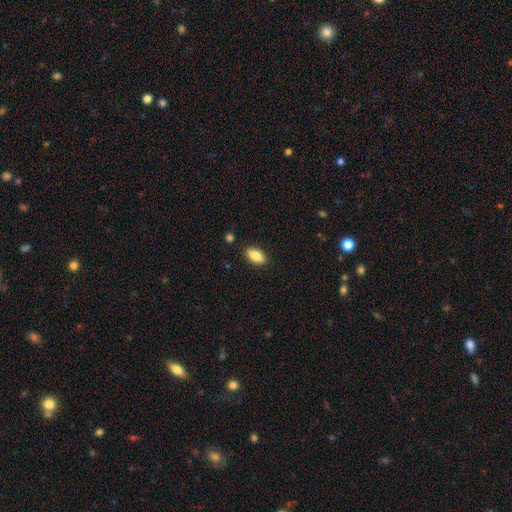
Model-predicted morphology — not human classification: A smooth galaxy with no disk features (81%) that is in between round and cigar-shaped (88%). Merging: none (87%).